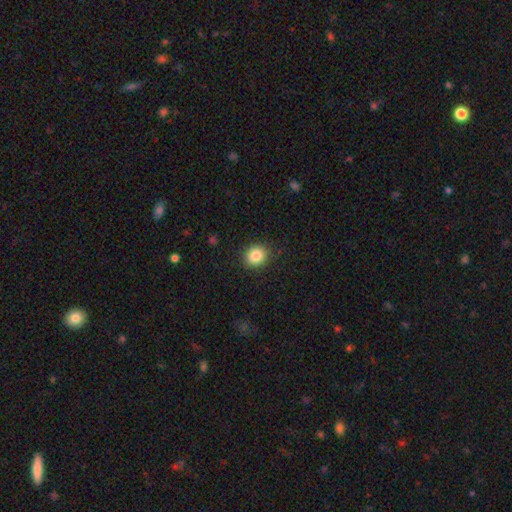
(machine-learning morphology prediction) type=smooth (85%); roundness=round (76%); merging=none (89%).